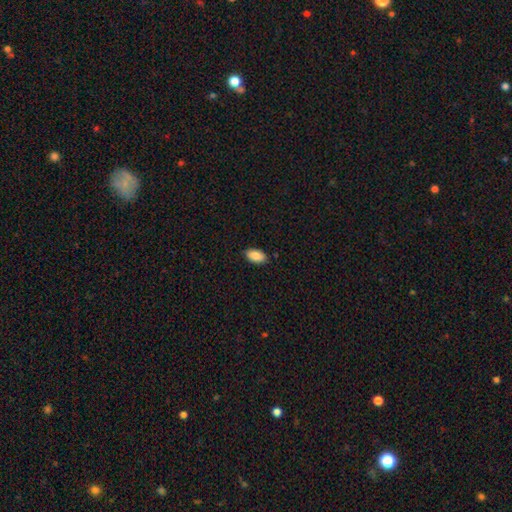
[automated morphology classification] smooth-or-featured: smooth: 88% | star or artifact: 7% | featured or disk: 5%
  how-rounded: in between: 94% | round: 3% | cigar-shaped: 3%
  merging: none: 87% | minor disturbance: 10% | major disturbance: 2% | merger: 1%